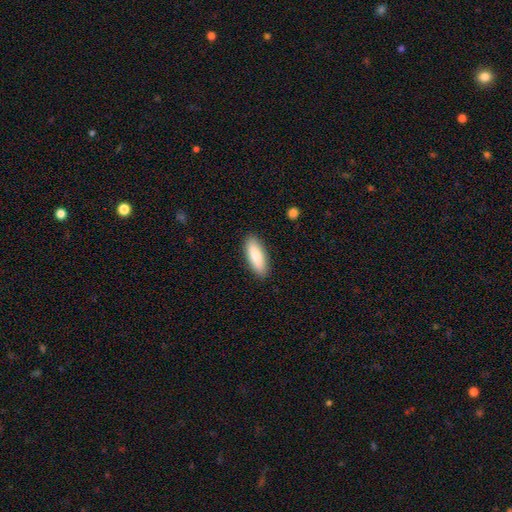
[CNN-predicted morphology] A smooth galaxy with no disk features (80%) that is in between round and cigar-shaped (62%).

Vote fractions:
- Smooth or featured? smooth: 80% / featured or disk: 14% / star or artifact: 5%
- How rounded? in between: 62% / cigar-shaped: 36% / round: 2%
- Merging? none: 89% / minor disturbance: 8% / major disturbance: 2% / merger: 1%